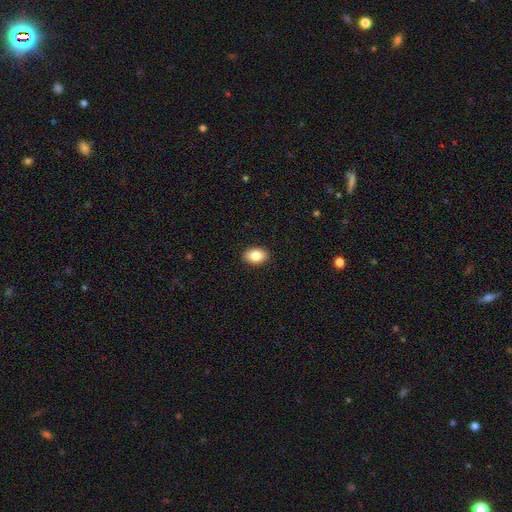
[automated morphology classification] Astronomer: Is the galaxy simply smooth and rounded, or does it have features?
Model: smooth — 85%.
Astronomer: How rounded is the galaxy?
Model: in between — 86%.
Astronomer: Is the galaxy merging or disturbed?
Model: none — 91%.